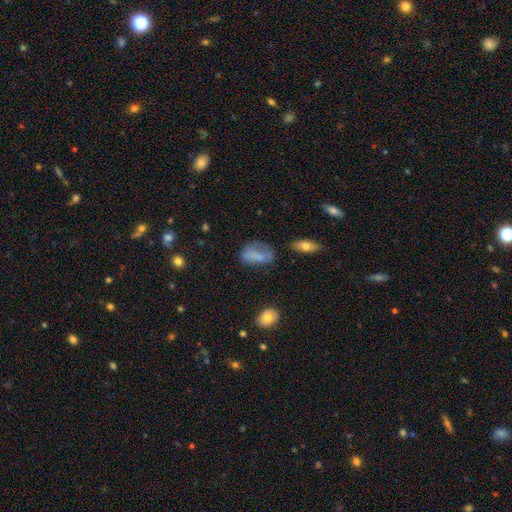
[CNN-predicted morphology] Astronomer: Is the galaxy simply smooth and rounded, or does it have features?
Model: smooth — 70%.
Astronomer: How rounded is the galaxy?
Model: in between — 82%.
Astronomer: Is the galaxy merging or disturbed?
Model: none — 42% (runner-up: minor disturbance, 29%).